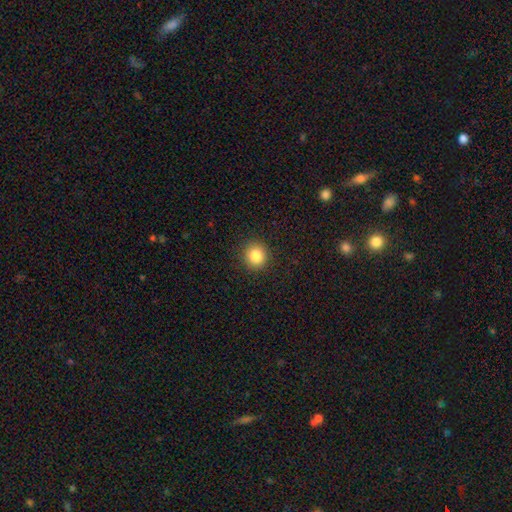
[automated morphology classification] Smooth or featured: smooth — 85% (star or artifact — 11%)
How rounded: round — 91% (in between — 8%)
Merging: none — 92% (minor disturbance — 5%)